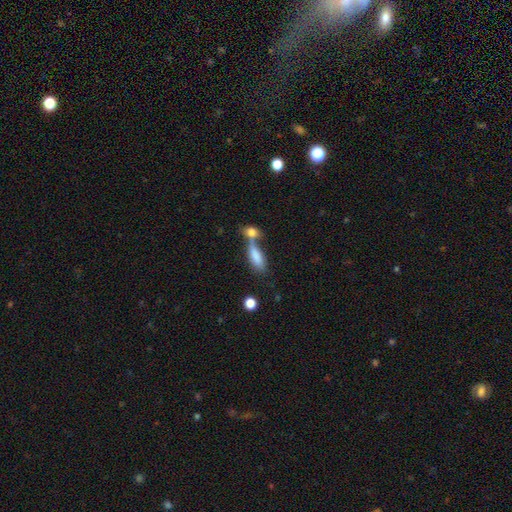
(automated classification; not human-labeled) Smooth or featured: smooth — 80% (featured or disk — 12%)
How rounded: in between — 63% (cigar-shaped — 33%)
Merging: merger — 52% (none — 31%)